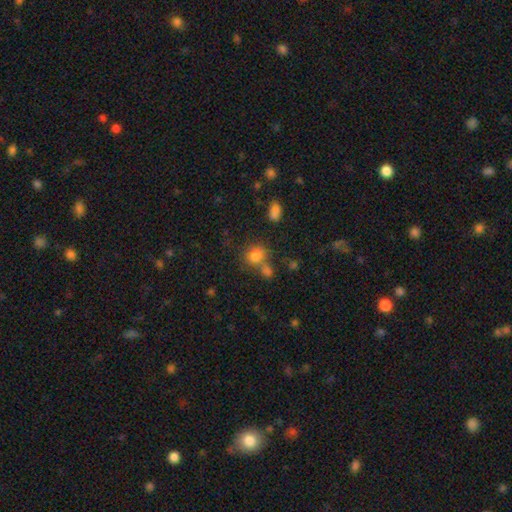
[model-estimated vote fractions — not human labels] smooth_or_featured: smooth (p=0.80) [alt: star or artifact p=0.12]
how_rounded: round (p=0.61) [alt: in between p=0.37]
merging: none (p=0.52) [alt: merger p=0.30]